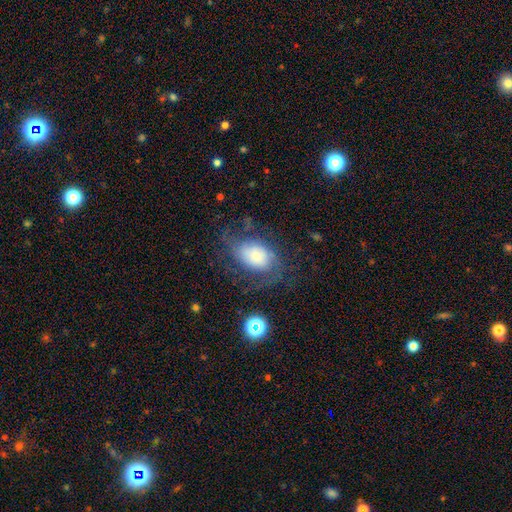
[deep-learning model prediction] smooth-or-featured: featured or disk: 55% | smooth: 33% | star or artifact: 11%
  disk-edge-on: no: 96% | yes: 4%
    bar: no: 75% | weak: 20% | strong: 5%
    has-spiral-arms: yes: 80% | no: 20%
    bulge-size: small: 41% | moderate: 28% | large: 19% | dominant: 7% | none: 5%
  merging: none: 53% | major disturbance: 23% | minor disturbance: 22% | merger: 2%